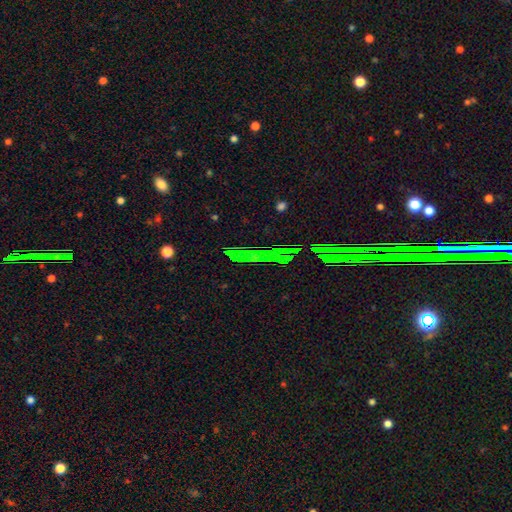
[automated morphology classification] Q: Smooth or featured?
A: star or artifact (75%); runner-up: featured or disk (14%)